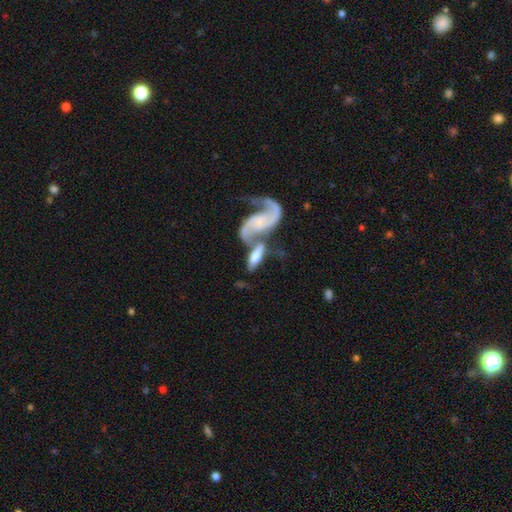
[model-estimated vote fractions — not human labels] smooth-or-featured: featured or disk: 64% | smooth: 30% | star or artifact: 6%
  disk-edge-on: no: 81% | yes: 19%
    bar: no: 55% | weak: 33% | strong: 12%
    has-spiral-arms: yes: 82% | no: 18%
    bulge-size: small: 40% | none: 24% | moderate: 22% | large: 11% | dominant: 3%
  merging: merger: 58% | none: 22% | minor disturbance: 10% | major disturbance: 10%